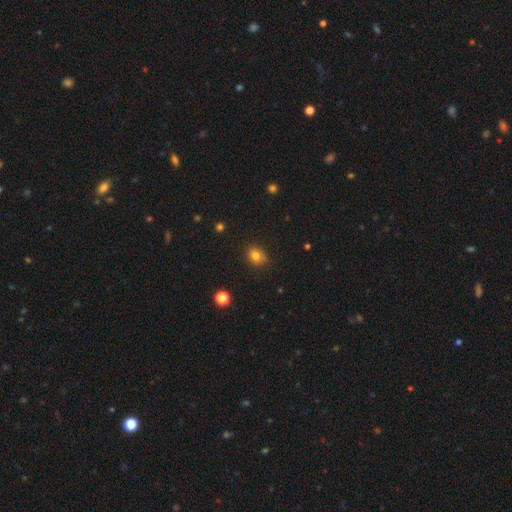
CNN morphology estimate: Smooth or featured? smooth (81%)
How rounded? round (59%)
Merging? none (80%)